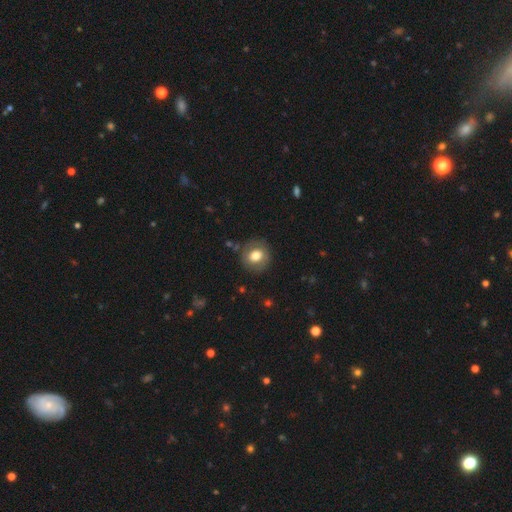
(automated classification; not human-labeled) Q: Smooth or featured?
A: smooth (74%); runner-up: featured or disk (18%)
Q: How rounded?
A: round (79%); runner-up: in between (20%)
Q: Merging?
A: none (84%); runner-up: minor disturbance (11%)